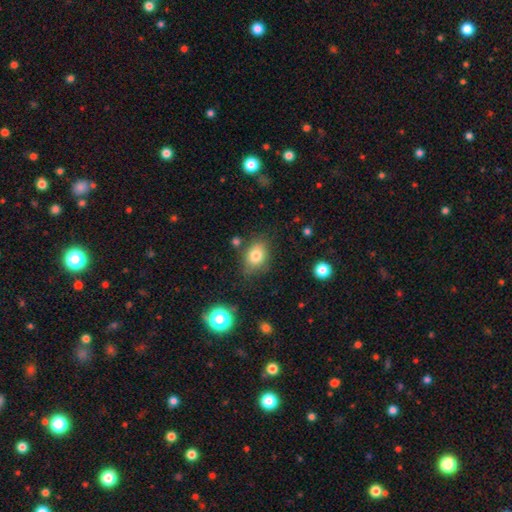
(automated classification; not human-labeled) The model was most divided on "how rounded": in between: 64%, round: 35%, cigar-shaped: 1%. More confident: smooth or featured — smooth (79%); merging — none (74%).